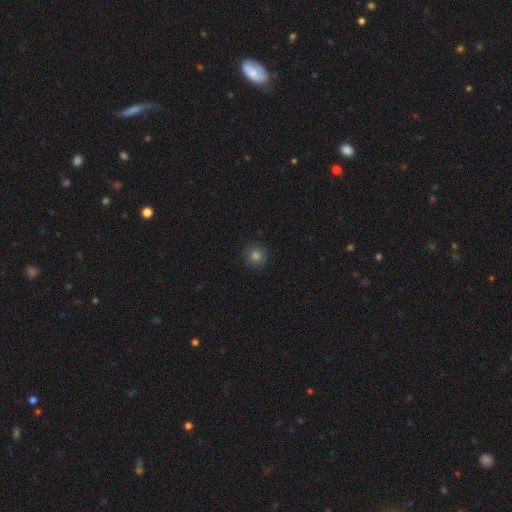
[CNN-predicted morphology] smooth_or_featured: smooth (p=0.79) [alt: star or artifact p=0.15]
how_rounded: round (p=0.94) [alt: in between p=0.05]
merging: none (p=0.91) [alt: minor disturbance p=0.07]